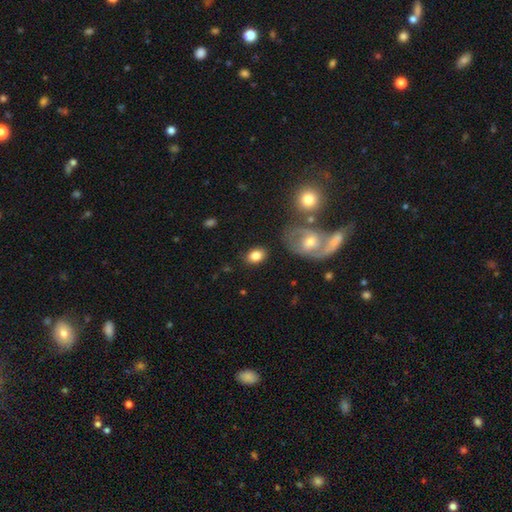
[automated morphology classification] smooth 80%, featured or disk 12%, star or artifact 8%. Down the decision tree: how rounded — in between (74%); merging — none (80%).